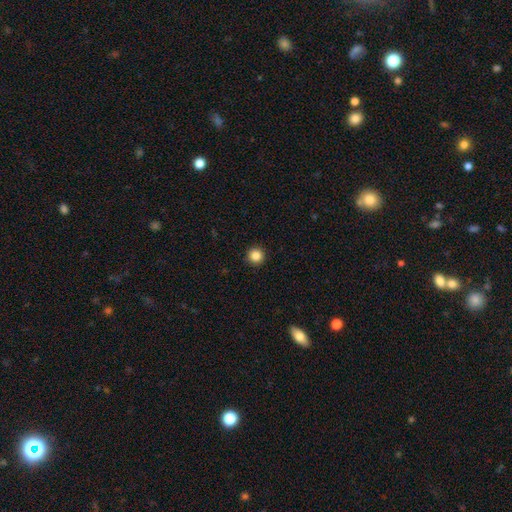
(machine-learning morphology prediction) This appears to be a smooth galaxy with no disk features (85%) that is round (96%). Merging: none (93%).